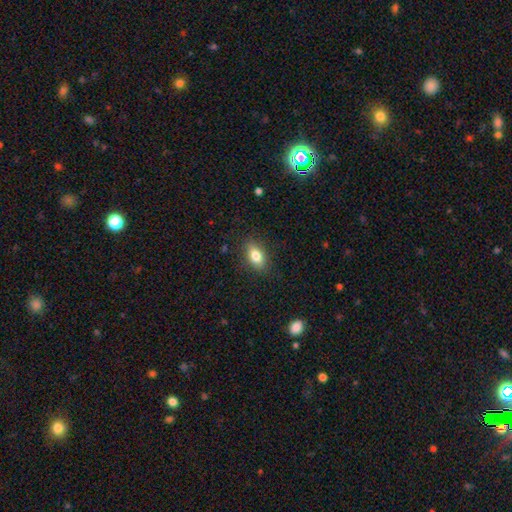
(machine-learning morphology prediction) smooth-or-featured: smooth: 79% | featured or disk: 13% | star or artifact: 8%
  how-rounded: in between: 86% | round: 7% | cigar-shaped: 7%
  merging: none: 86% | minor disturbance: 10% | major disturbance: 3% | merger: 1%